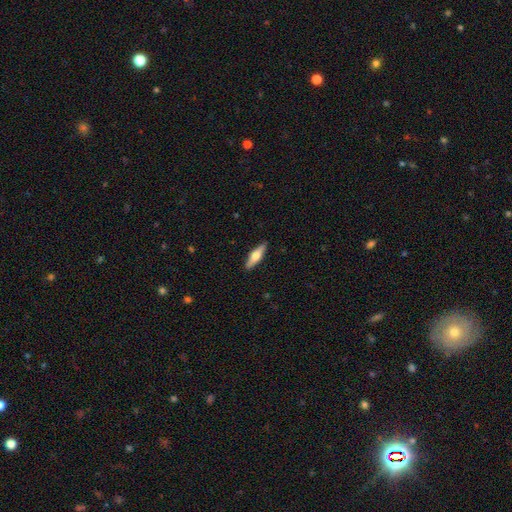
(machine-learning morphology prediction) The model was most divided on "smooth or featured": smooth: 54%, featured or disk: 41%, star or artifact: 5%. More confident: merging — none (90%); how rounded — cigar-shaped (62%).